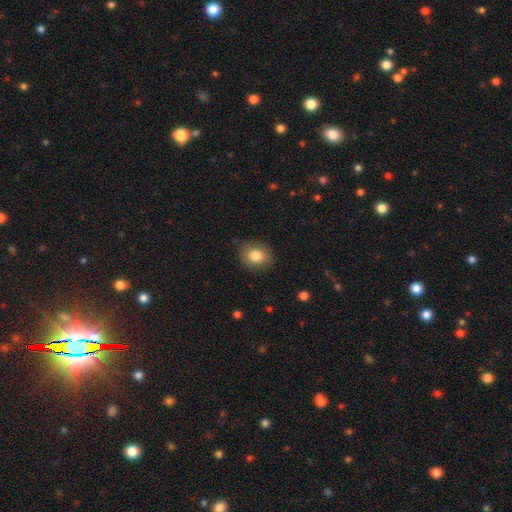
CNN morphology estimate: This appears to be a smooth galaxy with no disk features (81%) that is round (60%). Merging: none (84%).